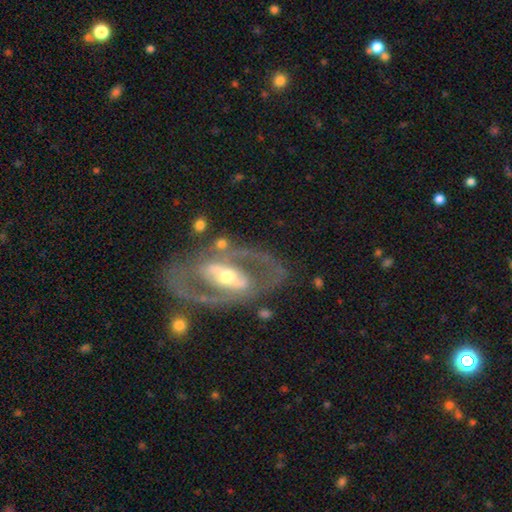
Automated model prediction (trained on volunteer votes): Q: Smooth or featured?
A: featured or disk (85%); runner-up: smooth (9%)
Q: Edge-on disk?
A: no (92%); runner-up: yes (8%)
Q: Bar?
A: strong (47%); runner-up: weak (30%)
Q: Spiral arms?
A: yes (74%); runner-up: no (26%)
Q: Spiral winding?
A: medium (47%); runner-up: tight (36%)
Q: Spiral arm count?
A: 2 (82%); runner-up: can't tell (10%)
Q: Bulge size?
A: moderate (52%); runner-up: small (41%)
Q: Merging?
A: none (71%); runner-up: minor disturbance (15%)